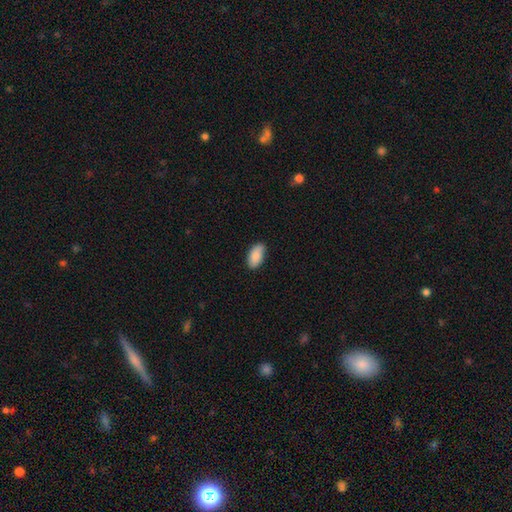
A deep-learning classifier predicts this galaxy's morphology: Smooth or featured? Predicted: smooth (p=0.87). How rounded? Predicted: in between (p=0.94). Merging? Predicted: none (p=0.82).